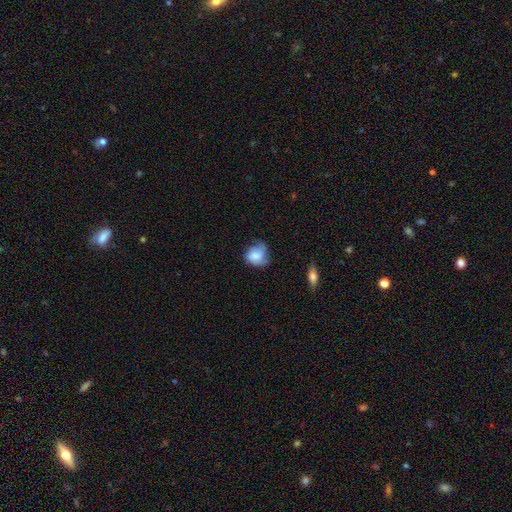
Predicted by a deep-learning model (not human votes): A smooth galaxy with no disk features (67%) that is round (62%).

Vote fractions:
- Smooth or featured? smooth: 67% / featured or disk: 25% / star or artifact: 8%
- How rounded? round: 62% / in between: 37% / cigar-shaped: 1%
- Merging? none: 44% / minor disturbance: 36% / major disturbance: 18% / merger: 2%